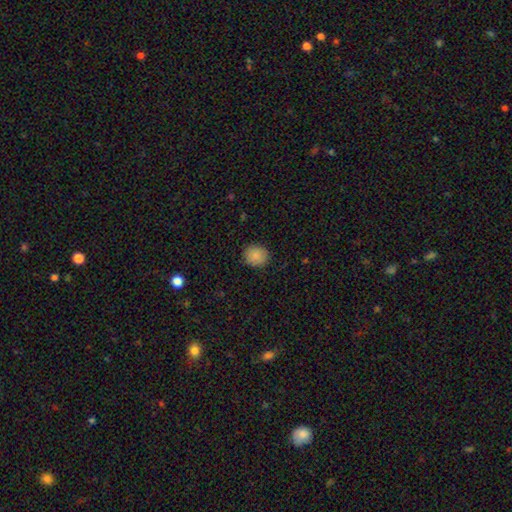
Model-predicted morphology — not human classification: Q: Smooth or featured?
A: smooth (88%); runner-up: star or artifact (8%)
Q: How rounded?
A: round (83%); runner-up: in between (16%)
Q: Merging?
A: none (90%); runner-up: minor disturbance (8%)